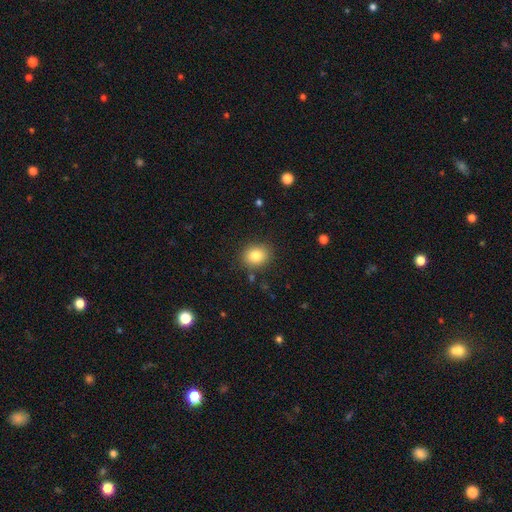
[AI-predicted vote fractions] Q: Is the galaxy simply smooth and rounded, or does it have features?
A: smooth — 82%.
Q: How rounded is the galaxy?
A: round — 65%.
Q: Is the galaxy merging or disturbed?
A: none — 87%.